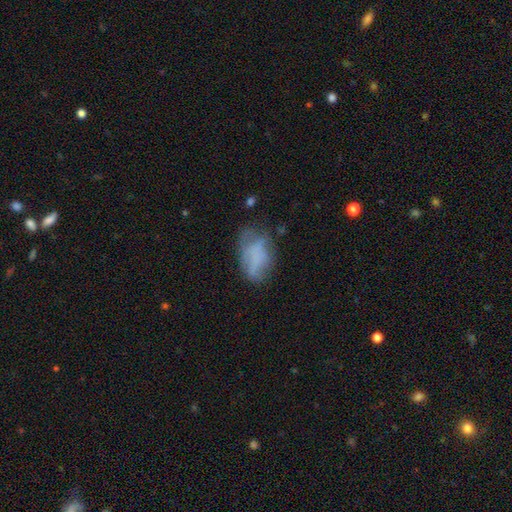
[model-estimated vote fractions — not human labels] smooth-or-featured: smooth: 58% | featured or disk: 31% | star or artifact: 11%
  how-rounded: in between: 89% | round: 8% | cigar-shaped: 3%
  merging: none: 43% | minor disturbance: 31% | major disturbance: 22% | merger: 4%